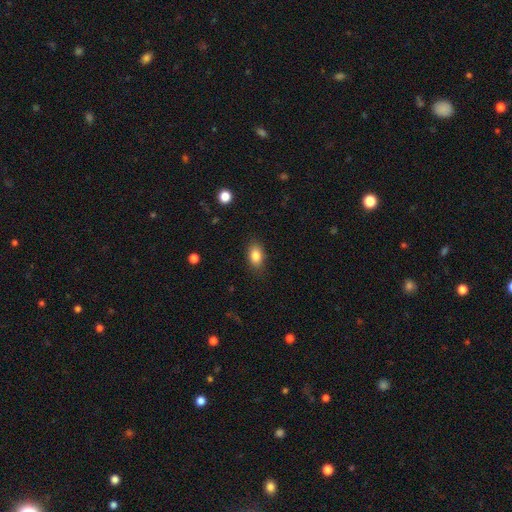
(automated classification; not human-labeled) Smooth or featured? smooth (84%)
How rounded? in between (87%)
Merging? none (84%)